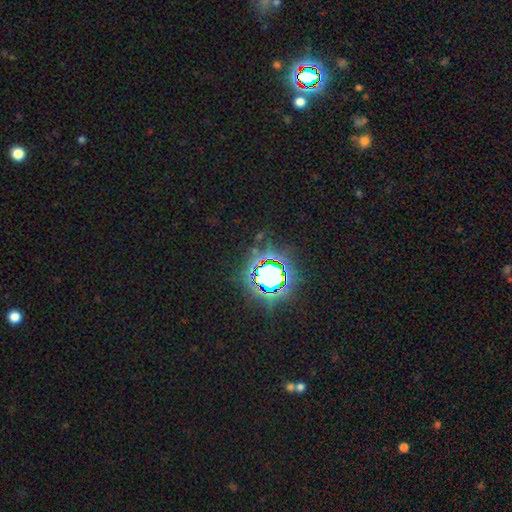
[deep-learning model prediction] The model was most divided on "smooth or featured": star or artifact: 80%, smooth: 11%, featured or disk: 8%.